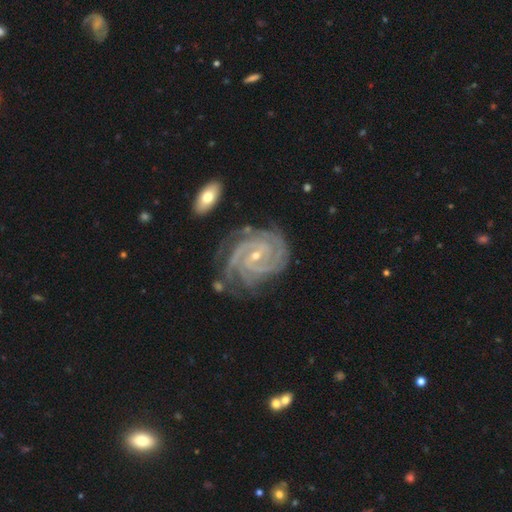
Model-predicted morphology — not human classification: Smooth or featured?
  - featured or disk: 93% *
  - star or artifact: 5%
  - smooth: 3%
Edge-on disk?
  - no: 98% *
  - yes: 2%
Bar?
  - weak: 40% *
  - no: 38%
  - strong: 21%
Spiral arms?
  - yes: 99% *
  - no: 1%
Spiral winding?
  - tight: 78% *
  - medium: 20%
  - loose: 3%
Spiral arm count?
  - 3: 31% *
  - 4: 25%
  - 2: 19%
  - can't tell: 12%
  - more than 4: 7%
  - 1: 6%
Bulge size?
  - small: 71% *
  - moderate: 27%
  - none: 1%
  - large: 1%
  - dominant: 1%
Merging?
  - none: 65% *
  - minor disturbance: 22%
  - major disturbance: 9%
  - merger: 4%